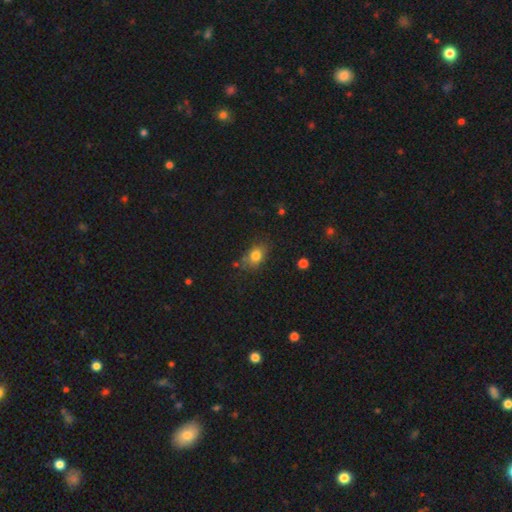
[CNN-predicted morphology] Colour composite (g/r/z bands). It shows a smooth galaxy with no disk features (79%) that is in between round and cigar-shaped (70%). Merging: none (71%).